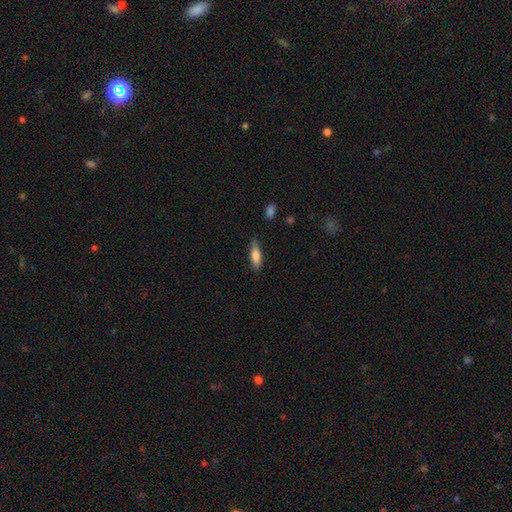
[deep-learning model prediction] Q: Smooth or featured?
A: smooth (77%); runner-up: featured or disk (16%)
Q: How rounded?
A: in between (49%); tied with: cigar-shaped (49%)
Q: Merging?
A: none (80%); runner-up: minor disturbance (16%)